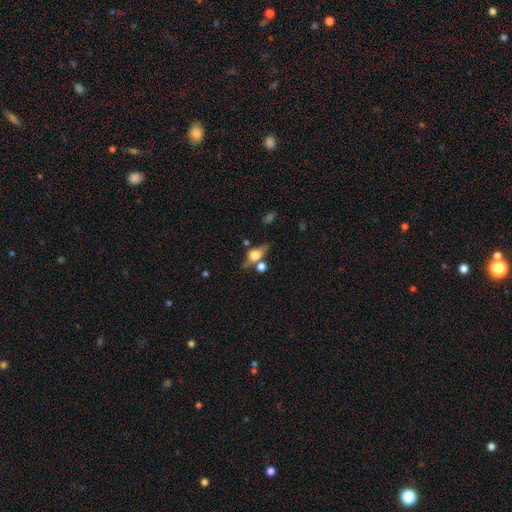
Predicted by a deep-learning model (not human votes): Smooth or featured: smooth — 49% (featured or disk — 38%)
Merging: none — 53% (merger — 19%)